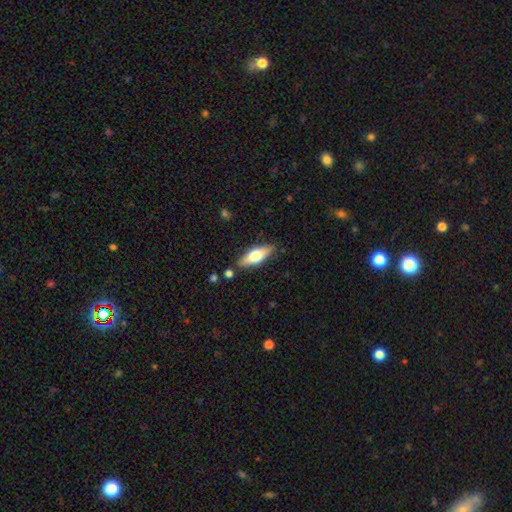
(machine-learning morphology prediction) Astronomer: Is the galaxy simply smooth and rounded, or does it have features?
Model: smooth — 56% (runner-up: featured or disk, 38%).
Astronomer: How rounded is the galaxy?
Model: in between — 64%.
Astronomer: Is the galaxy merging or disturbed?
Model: none — 85%.